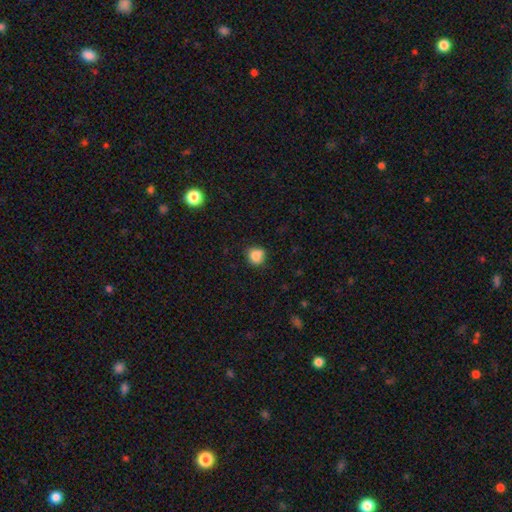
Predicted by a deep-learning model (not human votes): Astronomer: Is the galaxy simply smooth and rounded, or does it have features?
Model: smooth — 84%.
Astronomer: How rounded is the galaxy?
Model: round — 85%.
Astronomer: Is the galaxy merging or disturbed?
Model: none — 76%.